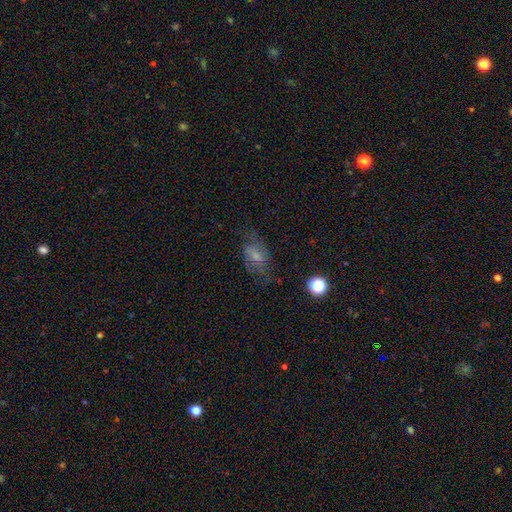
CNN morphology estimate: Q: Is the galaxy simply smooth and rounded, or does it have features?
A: featured or disk — 46%.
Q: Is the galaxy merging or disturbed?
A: none — 59%.